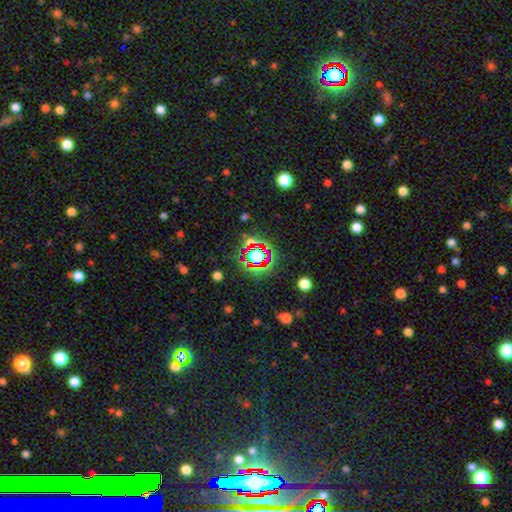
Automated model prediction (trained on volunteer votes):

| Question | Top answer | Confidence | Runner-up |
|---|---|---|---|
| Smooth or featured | star or artifact | 64% | smooth (24%) |